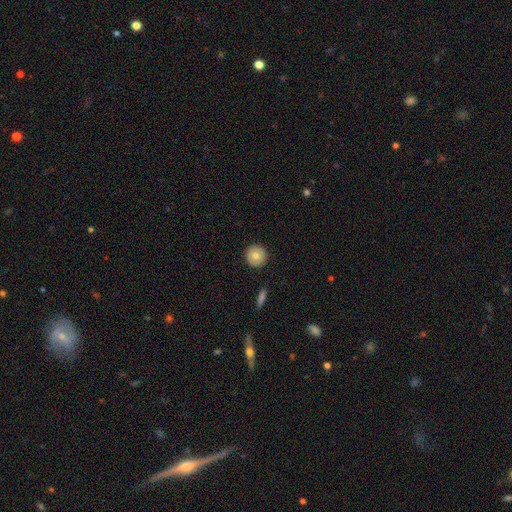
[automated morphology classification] Smooth or featured? smooth (75%)
How rounded? round (95%)
Merging? none (92%)